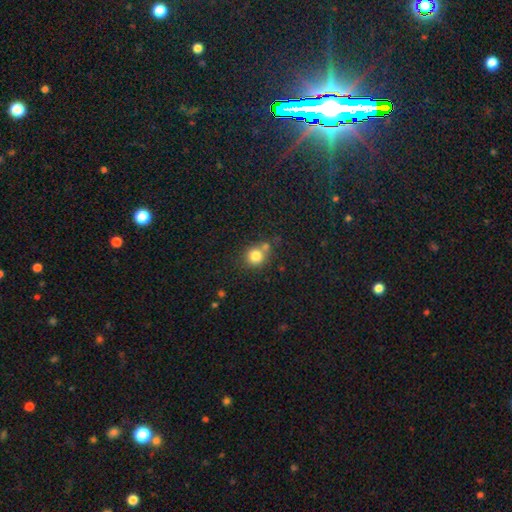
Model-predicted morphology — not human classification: smooth-or-featured: smooth: 81% | star or artifact: 11% | featured or disk: 8%
  how-rounded: round: 87% | in between: 12% | cigar-shaped: 1%
  merging: none: 60% | merger: 24% | minor disturbance: 12% | major disturbance: 4%